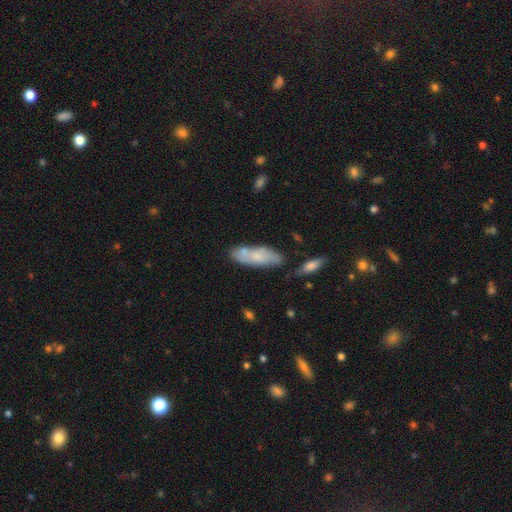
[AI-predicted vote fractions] Q: Smooth or featured?
A: smooth (63%); runner-up: featured or disk (30%)
Q: How rounded?
A: in between (63%); runner-up: cigar-shaped (35%)
Q: Merging?
A: none (63%); runner-up: minor disturbance (20%)